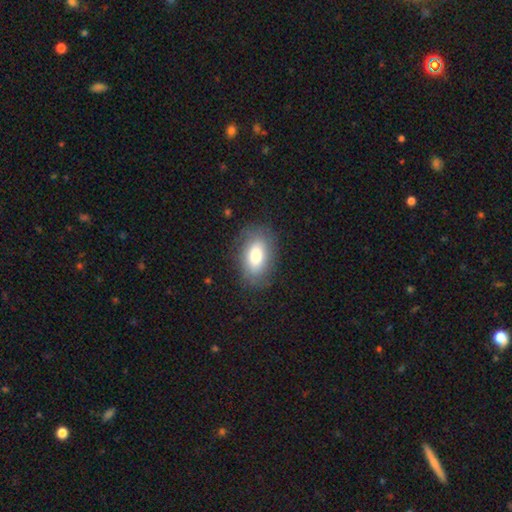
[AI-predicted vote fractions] Morphology: type=smooth (72%); roundness=in between (89%); merging=none (79%).